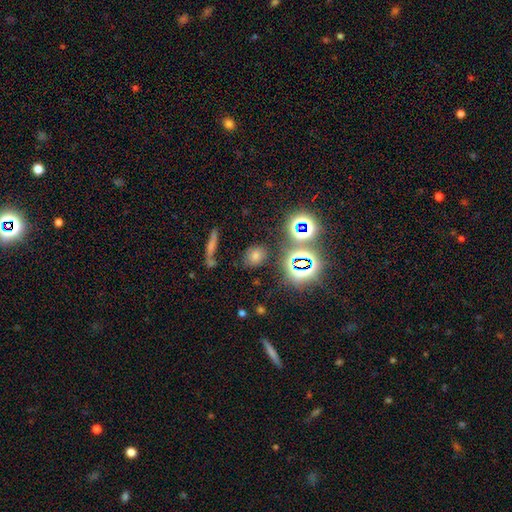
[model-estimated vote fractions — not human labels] A smooth galaxy with no disk features (52%) that is round (53%).

Vote fractions:
- Smooth or featured? smooth: 52% / star or artifact: 36% / featured or disk: 12%
- How rounded? round: 53% / in between: 38% / cigar-shaped: 9%
- Merging? none: 79% / minor disturbance: 11% / merger: 6% / major disturbance: 4%